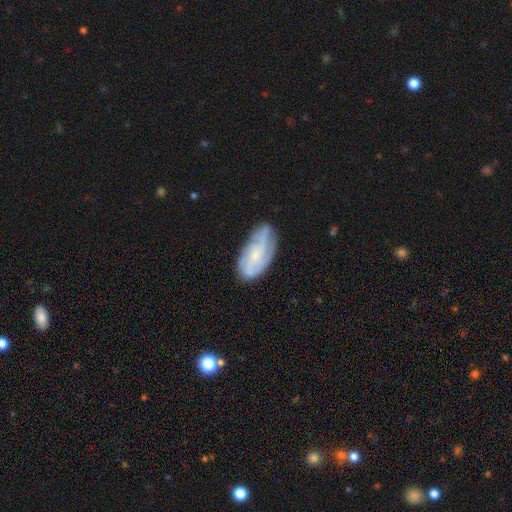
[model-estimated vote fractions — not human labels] Overall: featured or disk (60%; smooth 33%). Edge-on disk: no (93%). Bar: no (70%). Spiral arms: yes (87%). Bulge size: small (58%; moderate 21%). Merging: none (70%).